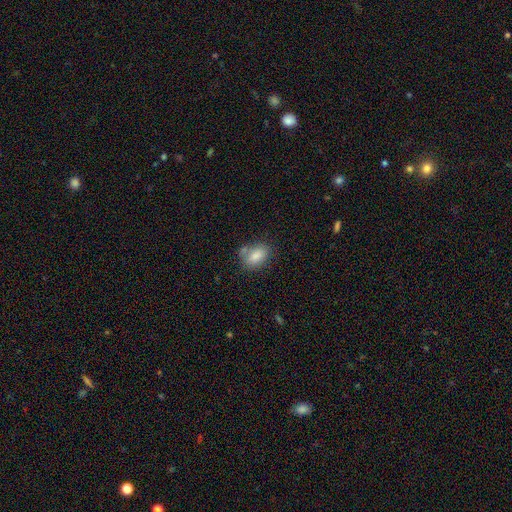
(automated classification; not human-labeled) A smooth galaxy with no disk features (83%) that is in between round and cigar-shaped (84%). Merging: none (61%).